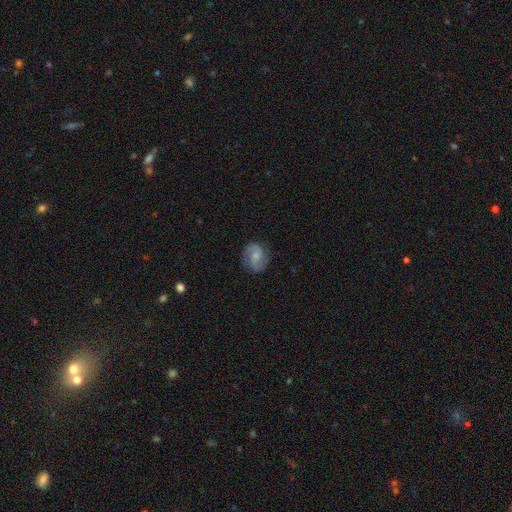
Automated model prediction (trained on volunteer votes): Smooth or featured?
  - featured or disk: 72% *
  - smooth: 21%
  - star or artifact: 7%
Edge-on disk?
  - no: 98% *
  - yes: 2%
Bar?
  - no: 45% * (tied)
  - weak: 45% * (tied)
  - strong: 10%
Spiral arms?
  - yes: 95% *
  - no: 5%
Spiral winding?
  - medium: 50% *
  - loose: 29%
  - tight: 20%
Spiral arm count?
  - 2: 89% *
  - can't tell: 5%
  - 1: 2%
  - 3: 2%
  - 4: 1%
  - more than 4: 1%
Bulge size?
  - small: 40% *
  - moderate: 35%
  - none: 20%
  - large: 5%
  - dominant: 1%
Merging?
  - none: 79% *
  - minor disturbance: 15%
  - major disturbance: 5%
  - merger: 1%